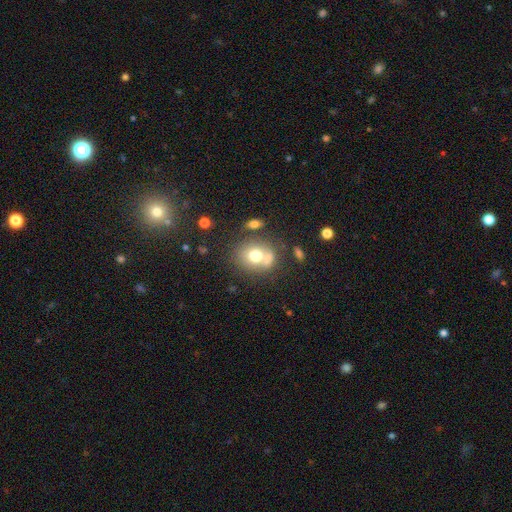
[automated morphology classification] This appears to be a smooth galaxy with no disk features (70%) that is round (68%). Merging: none (50%).